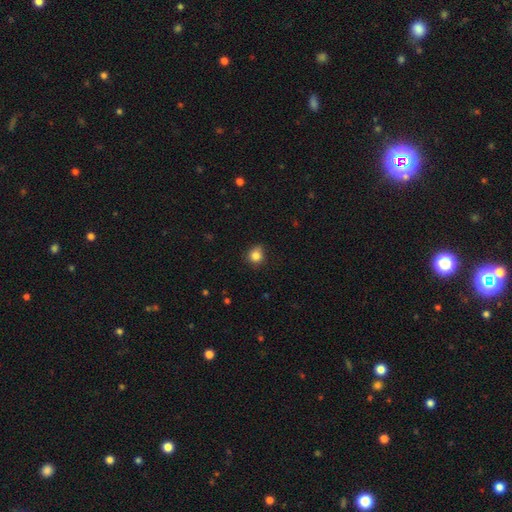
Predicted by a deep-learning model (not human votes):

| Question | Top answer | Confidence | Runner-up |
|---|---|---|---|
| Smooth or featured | smooth | 84% | star or artifact (11%) |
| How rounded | round | 84% | in between (15%) |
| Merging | none | 74% | minor disturbance (21%) |